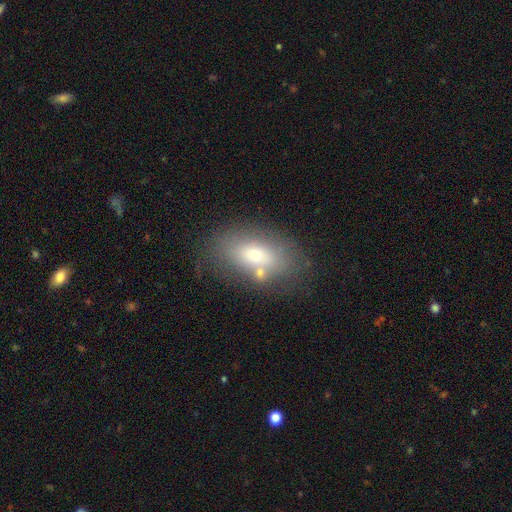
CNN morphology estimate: Smooth or featured: smooth — 72% (featured or disk — 19%)
How rounded: in between — 90% (round — 7%)
Merging: none — 64% (minor disturbance — 18%)